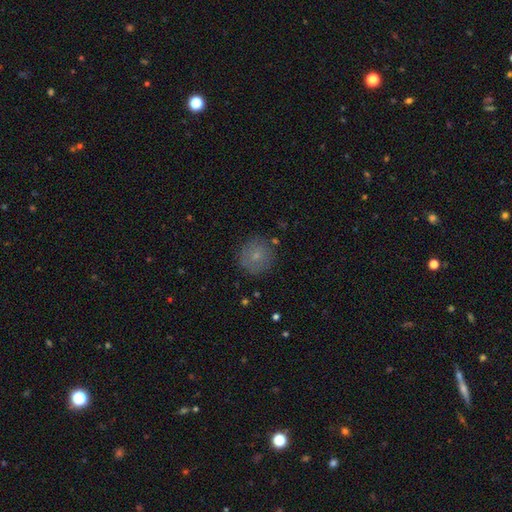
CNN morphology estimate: smooth 71%, featured or disk 18%, star or artifact 11%. Down the decision tree: how rounded — round (92%); merging — none (84%).